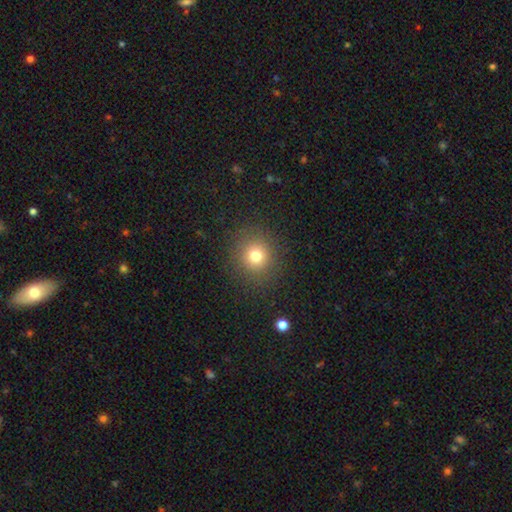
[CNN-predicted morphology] This appears to be a smooth galaxy with no disk features (75%) that is round (90%). Merging: none (88%).